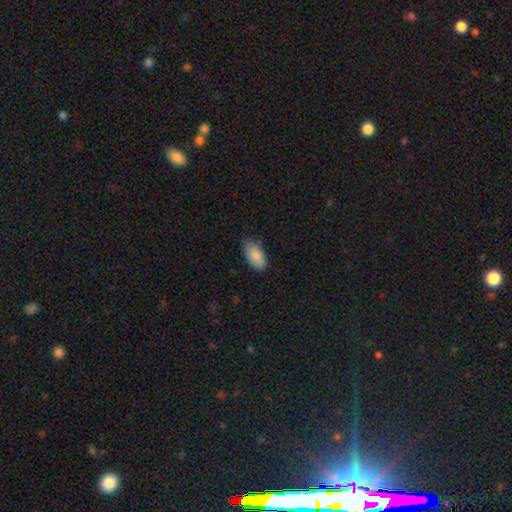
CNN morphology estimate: The model was most divided on "merging": none: 72%, minor disturbance: 24%, major disturbance: 3%, merger: 1%. More confident: how rounded — in between (94%); smooth or featured — smooth (86%).